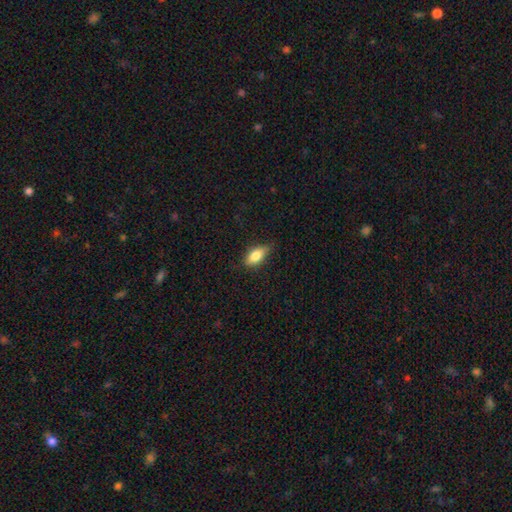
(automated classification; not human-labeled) This appears to be a smooth galaxy with no disk features (79%) that is in between round and cigar-shaped (86%). Merging: none (78%).